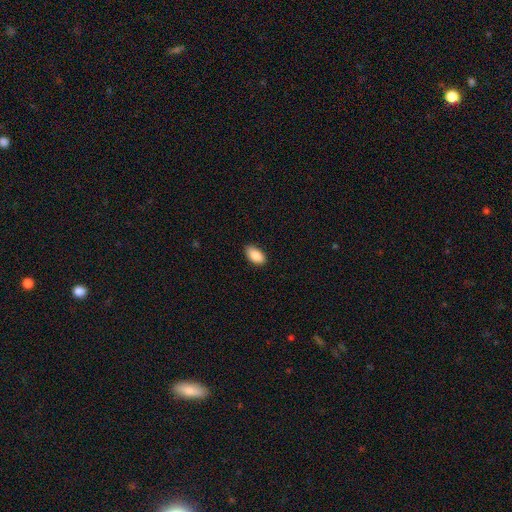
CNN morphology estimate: Smooth or featured?
  - smooth: 88% *
  - star or artifact: 7%
  - featured or disk: 5%
How rounded?
  - in between: 94% *
  - round: 4%
  - cigar-shaped: 2%
Merging?
  - none: 86% *
  - minor disturbance: 11%
  - major disturbance: 2%
  - merger: 1%